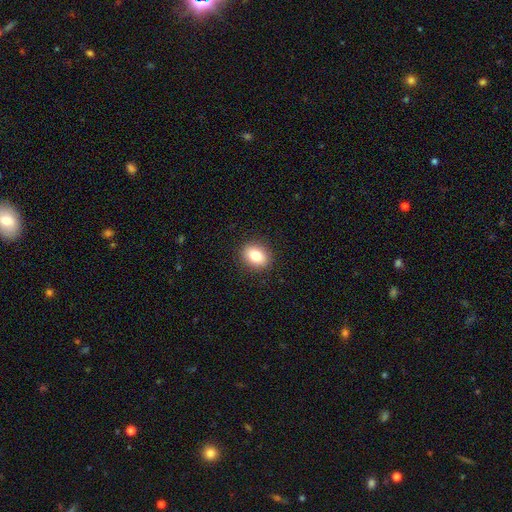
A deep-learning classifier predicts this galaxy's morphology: This appears to be a smooth galaxy with no disk features (82%) that is in between round and cigar-shaped (60%). Merging: none (90%).